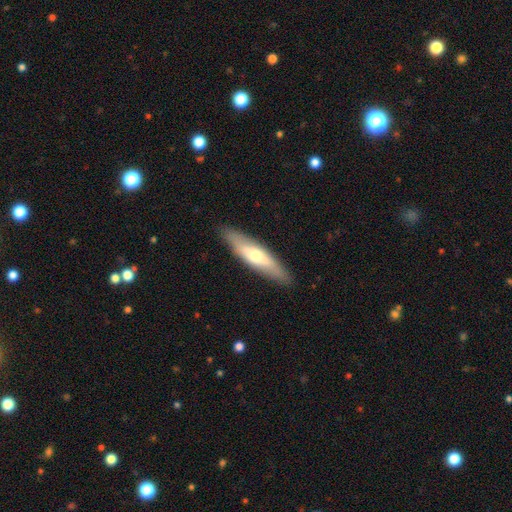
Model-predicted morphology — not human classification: Smooth or featured? smooth (49%)
Merging? none (88%)